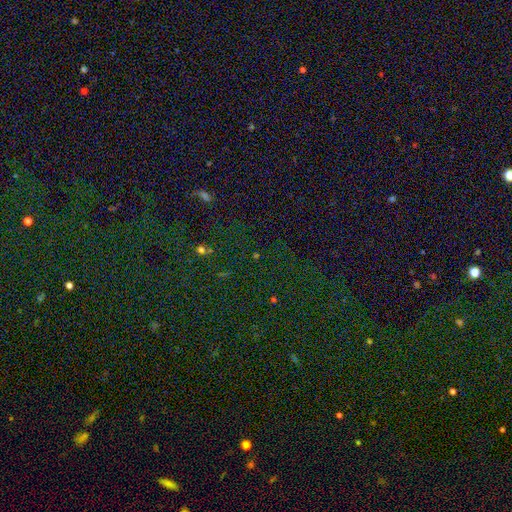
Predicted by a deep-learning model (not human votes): Smooth or featured? star or artifact (79%)